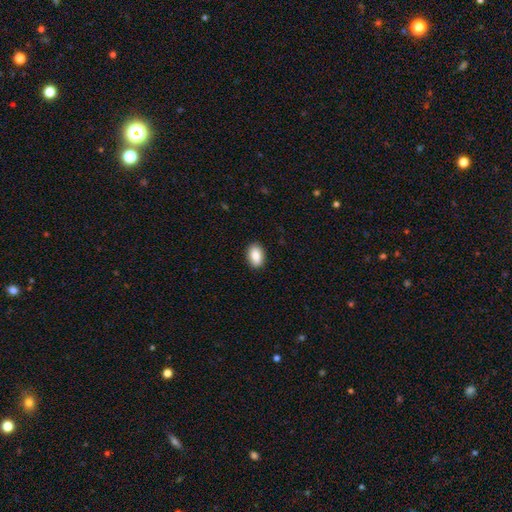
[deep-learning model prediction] This appears to be a smooth galaxy with no disk features (88%) that is in between round and cigar-shaped (88%). Merging: none (89%).